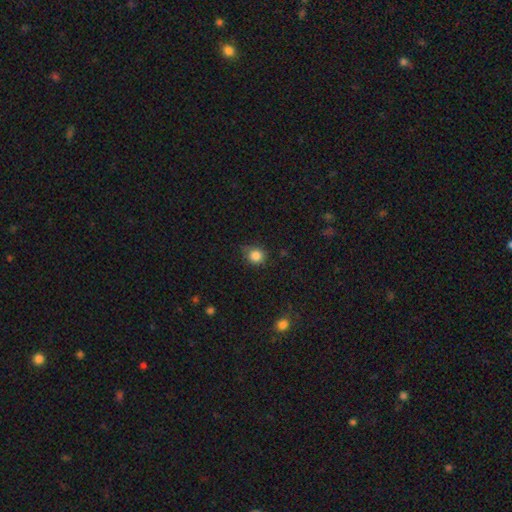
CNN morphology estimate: The model was most divided on "merging": none: 72%, minor disturbance: 21%, major disturbance: 4%, merger: 2%. More confident: how rounded — round (86%); smooth or featured — smooth (85%).